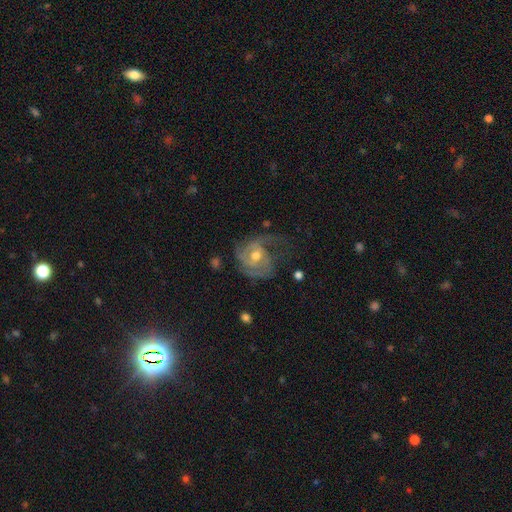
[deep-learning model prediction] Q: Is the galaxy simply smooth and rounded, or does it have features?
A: featured or disk — 78%.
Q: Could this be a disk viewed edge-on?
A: no — 97%.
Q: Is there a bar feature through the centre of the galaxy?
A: no — 67%.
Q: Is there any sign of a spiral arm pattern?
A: yes — 88%.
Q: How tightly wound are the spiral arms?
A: tight — 42%.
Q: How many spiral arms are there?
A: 2 — 34%.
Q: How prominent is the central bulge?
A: moderate — 72%.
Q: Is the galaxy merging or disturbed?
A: none — 41%.